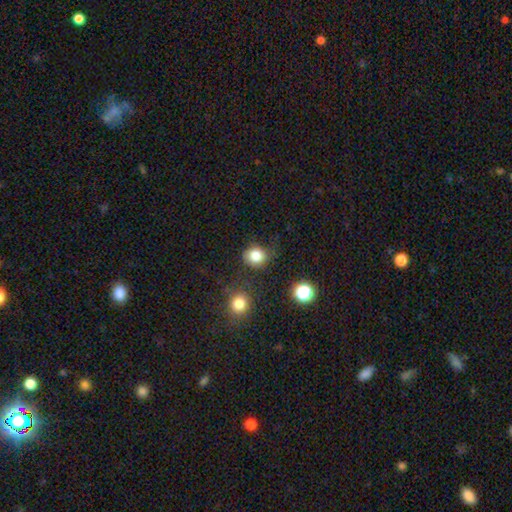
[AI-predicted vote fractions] The model was most divided on "how rounded": round: 77%, in between: 22%, cigar-shaped: 1%. More confident: smooth or featured — smooth (82%); merging — none (74%).